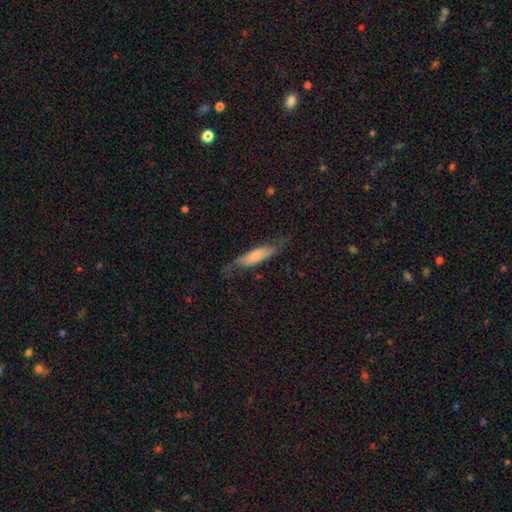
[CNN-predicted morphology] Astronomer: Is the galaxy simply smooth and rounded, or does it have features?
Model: smooth — 54% (runner-up: featured or disk, 40%).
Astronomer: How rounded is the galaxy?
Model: cigar-shaped — 63%.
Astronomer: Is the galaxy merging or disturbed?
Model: none — 61%.